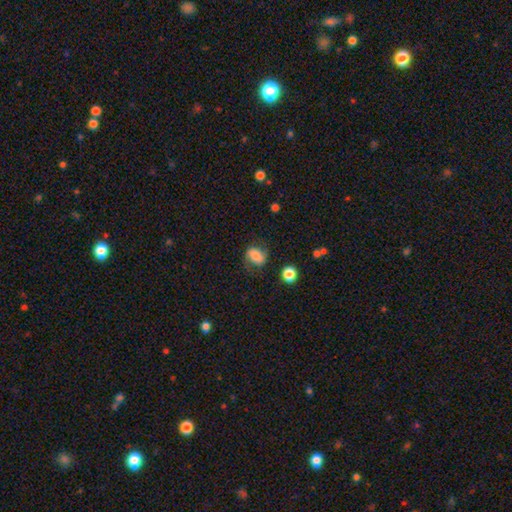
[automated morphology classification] A smooth galaxy with no disk features (65%) that is in between round and cigar-shaped (66%). Merging: none (63%).